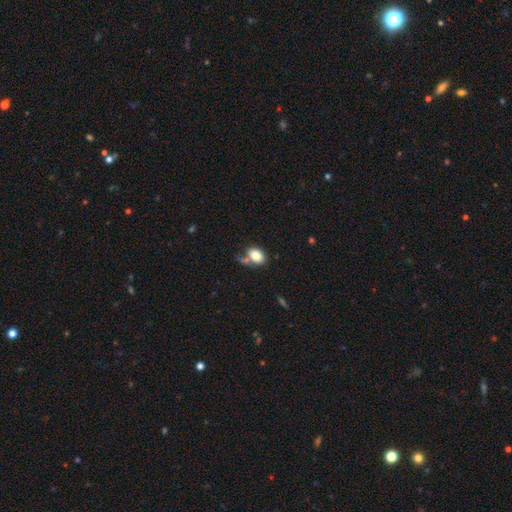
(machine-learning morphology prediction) The model was most divided on "merging": none: 51%, merger: 24%, minor disturbance: 17%, major disturbance: 8%. More confident: smooth or featured — smooth (83%); how rounded — in between (81%).